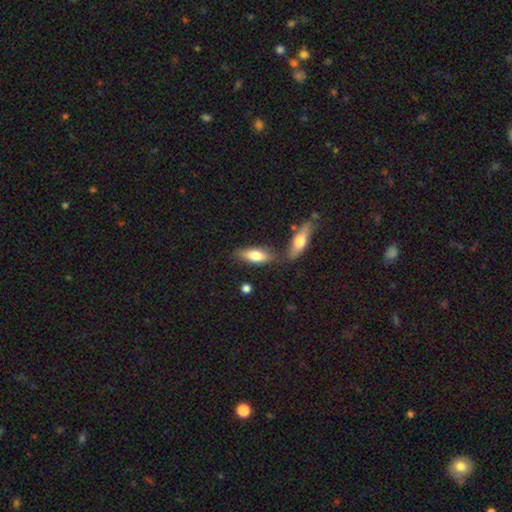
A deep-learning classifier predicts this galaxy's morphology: smooth_or_featured: smooth (p=0.73) [alt: featured or disk p=0.22]
how_rounded: in between (p=0.70) [alt: cigar-shaped p=0.27]
merging: none (p=0.64) [alt: merger p=0.18]